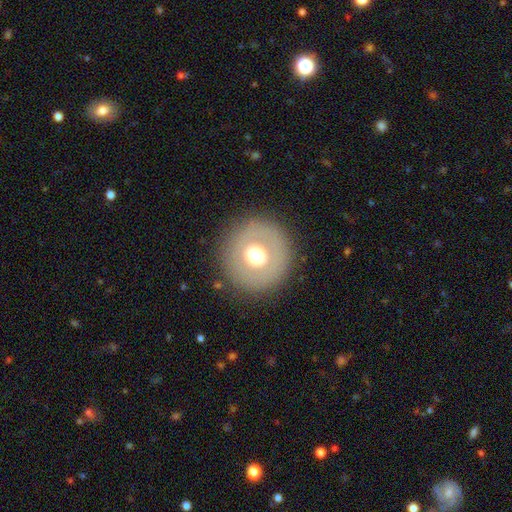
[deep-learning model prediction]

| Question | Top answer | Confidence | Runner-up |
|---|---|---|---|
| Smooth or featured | smooth | 57% | featured or disk (33%) |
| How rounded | round | 95% | in between (4%) |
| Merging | none | 87% | minor disturbance (7%) |